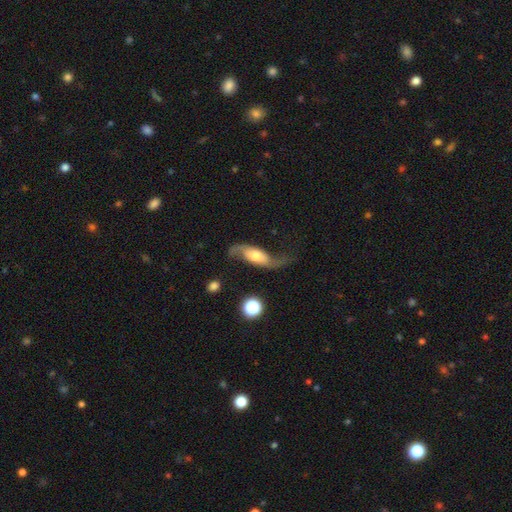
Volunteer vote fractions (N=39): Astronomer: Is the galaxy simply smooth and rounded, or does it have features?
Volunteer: featured or disk — 87%.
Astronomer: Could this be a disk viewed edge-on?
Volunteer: no — 85%.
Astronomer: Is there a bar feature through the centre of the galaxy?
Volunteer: no — 72%.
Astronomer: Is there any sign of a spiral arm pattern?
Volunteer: yes — 90%.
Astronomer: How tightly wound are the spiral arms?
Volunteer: loose — 92%.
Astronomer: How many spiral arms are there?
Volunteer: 2 — 100%.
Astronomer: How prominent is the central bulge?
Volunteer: moderate — 59%.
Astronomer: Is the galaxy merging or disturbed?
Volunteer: none — 53%.